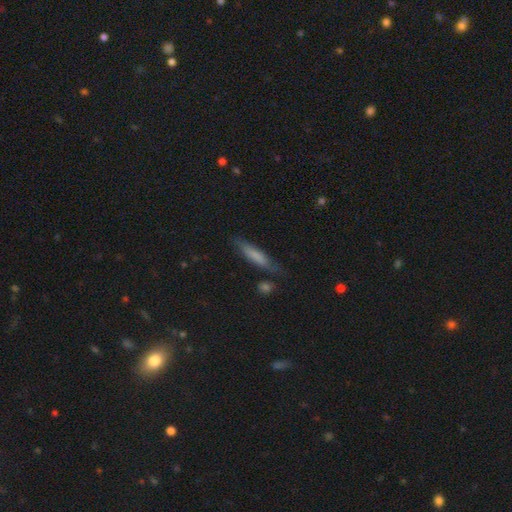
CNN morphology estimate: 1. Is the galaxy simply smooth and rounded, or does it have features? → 70% smooth, 23% featured or disk, 7% star or artifact.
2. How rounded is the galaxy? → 83% cigar-shaped, 15% in between, 2% round.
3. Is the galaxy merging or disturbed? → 72% none, 20% minor disturbance, 5% major disturbance, 3% merger.